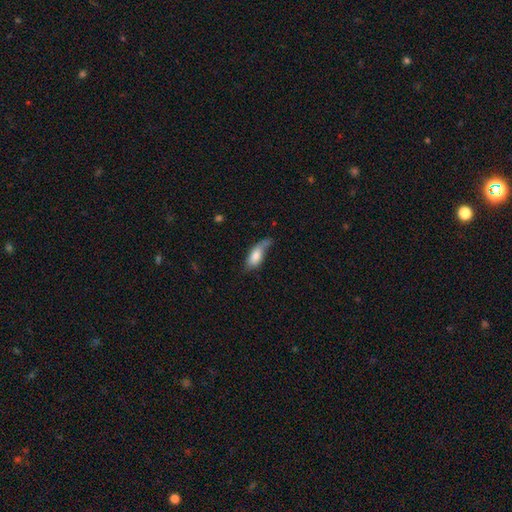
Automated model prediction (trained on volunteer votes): Overall: smooth (72%). How rounded: in between (75%). Merging: minor disturbance (36%; none 35%).